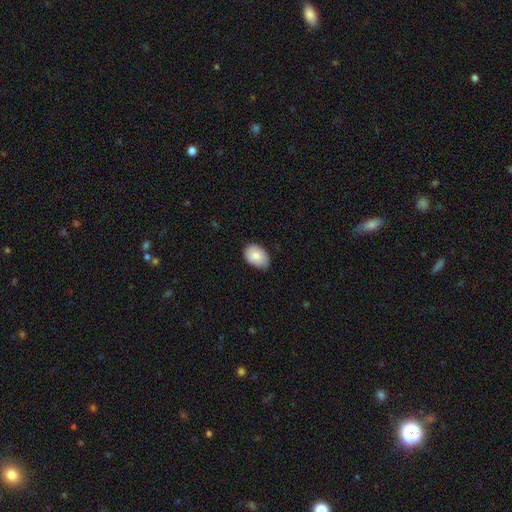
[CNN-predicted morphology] This is clearly a smooth galaxy (84%). How rounded: clearly in between (86%). Merging: likely none (74%).